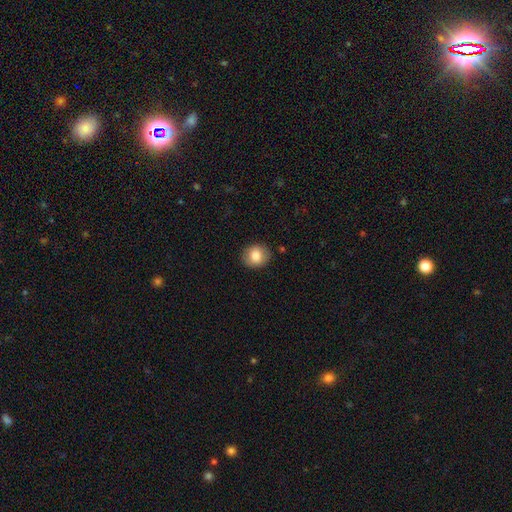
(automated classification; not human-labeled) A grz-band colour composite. It shows a smooth galaxy with no disk features (82%) that is round (69%). Merging: none (87%).